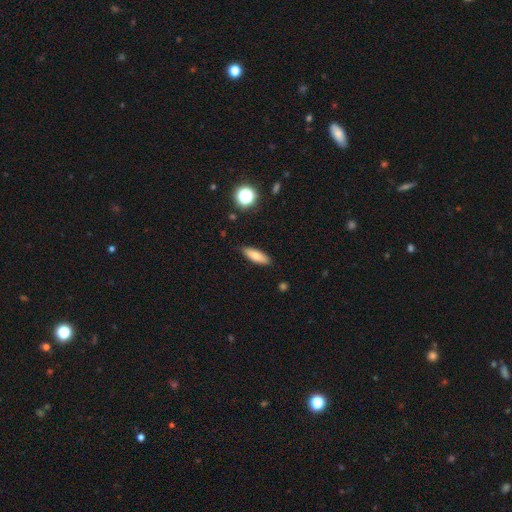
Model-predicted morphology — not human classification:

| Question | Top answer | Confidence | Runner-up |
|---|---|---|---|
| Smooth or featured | smooth | 80% | featured or disk (12%) |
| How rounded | in between | 51% | cigar-shaped (47%) |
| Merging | none | 87% | minor disturbance (9%) |